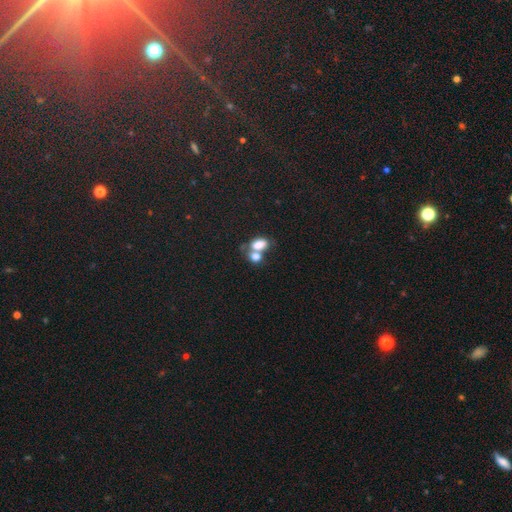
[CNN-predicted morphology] smooth_or_featured: smooth (p=0.45) [alt: star or artifact p=0.42]
merging: none (p=0.51) [alt: merger p=0.34]